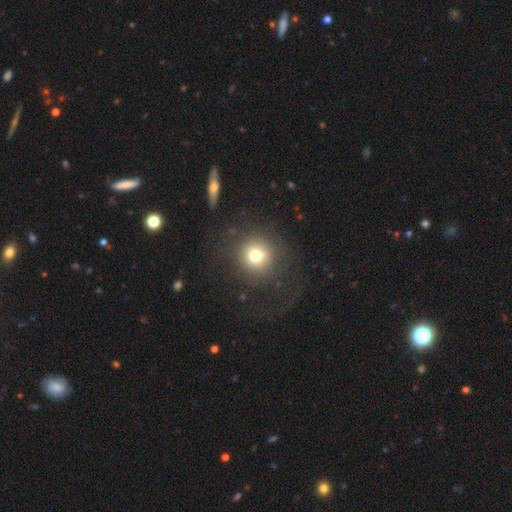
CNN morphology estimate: Smooth or featured?
  - smooth: 74% *
  - star or artifact: 14%
  - featured or disk: 12%
How rounded?
  - round: 92% *
  - in between: 7%
  - cigar-shaped: 1%
Merging?
  - none: 80% *
  - minor disturbance: 10%
  - major disturbance: 8%
  - merger: 2%